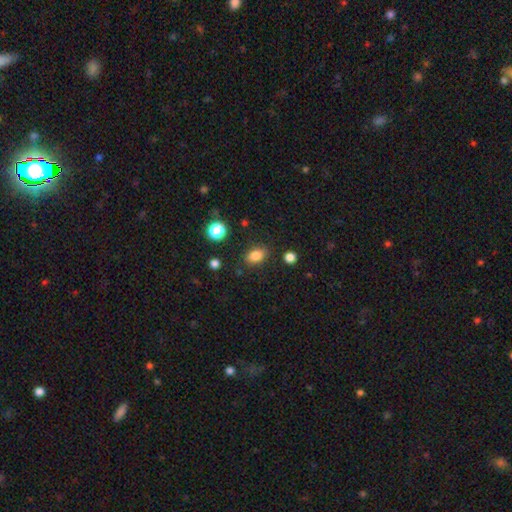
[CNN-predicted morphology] The model was most divided on "how rounded": in between: 82%, round: 15%, cigar-shaped: 2%. More confident: smooth or featured — smooth (84%); merging — none (84%).